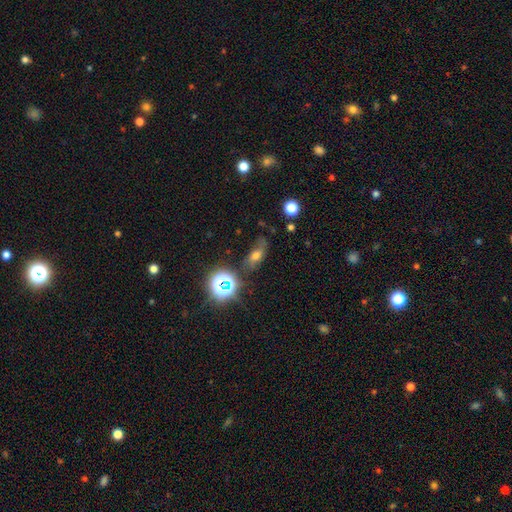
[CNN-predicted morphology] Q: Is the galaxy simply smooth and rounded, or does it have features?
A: smooth — 50%.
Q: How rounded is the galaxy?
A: in between — 73%.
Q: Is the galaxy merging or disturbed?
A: none — 57%.